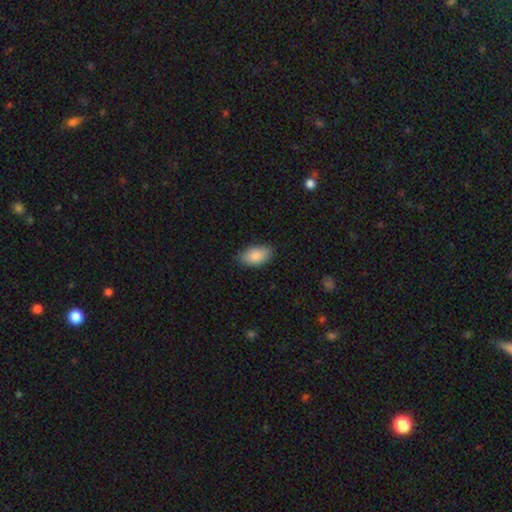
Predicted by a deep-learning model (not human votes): Smooth or featured? smooth (88%)
How rounded? in between (94%)
Merging? none (83%)